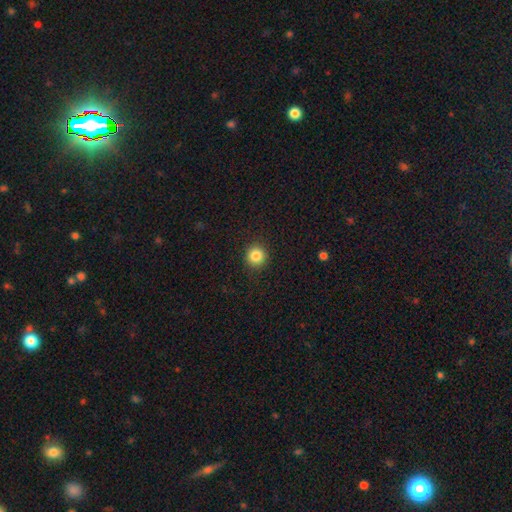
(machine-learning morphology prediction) A smooth galaxy with no disk features (85%) that is round (93%).

Vote fractions:
- Smooth or featured? smooth: 85% / star or artifact: 10% / featured or disk: 5%
- How rounded? round: 93% / in between: 6% / cigar-shaped: 1%
- Merging? none: 91% / minor disturbance: 6% / major disturbance: 2% / merger: 1%